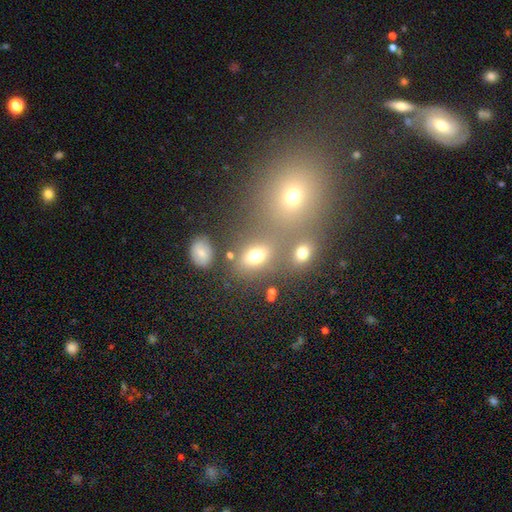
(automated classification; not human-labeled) Q: Smooth or featured?
A: smooth (69%); runner-up: star or artifact (18%)
Q: How rounded?
A: in between (68%); runner-up: round (29%)
Q: Merging?
A: none (61%); runner-up: merger (20%)